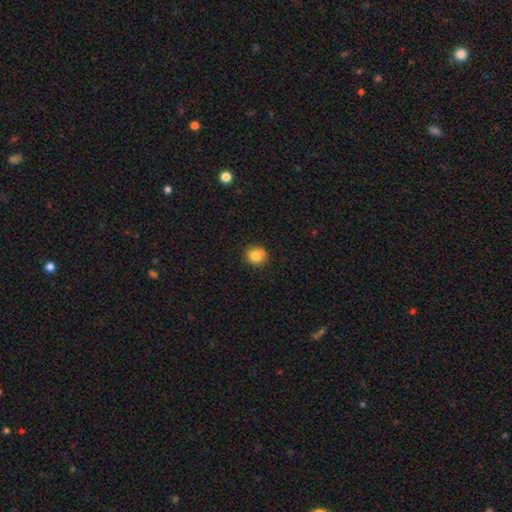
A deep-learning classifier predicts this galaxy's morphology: A smooth galaxy with no disk features (83%) that is round (81%). Merging: none (81%).